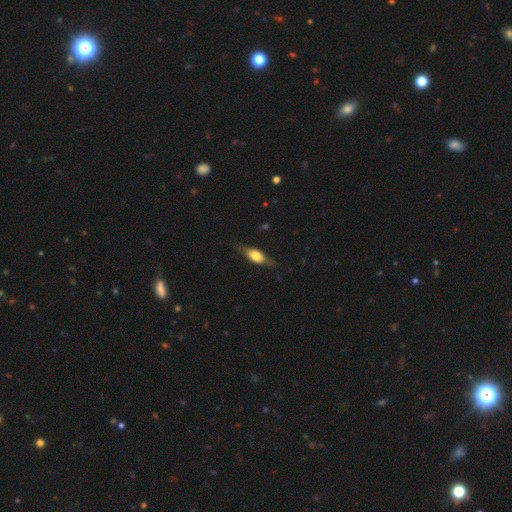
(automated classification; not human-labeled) This appears to be a smooth galaxy with no disk features (48%). Merging: none (75%).